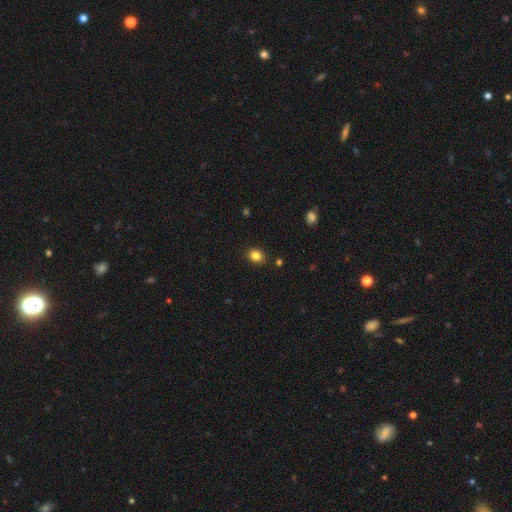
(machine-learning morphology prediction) This is clearly a smooth galaxy (84%). How rounded: possibly round (58%). Merging: clearly none (87%).